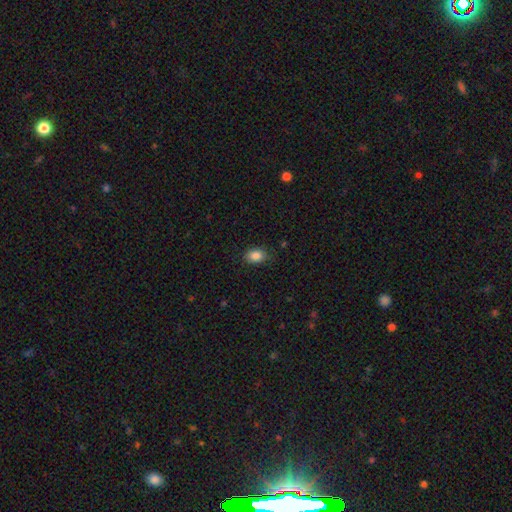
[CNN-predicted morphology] Q: Smooth or featured?
A: smooth (86%); runner-up: star or artifact (9%)
Q: How rounded?
A: in between (77%); runner-up: round (21%)
Q: Merging?
A: none (82%); runner-up: minor disturbance (14%)